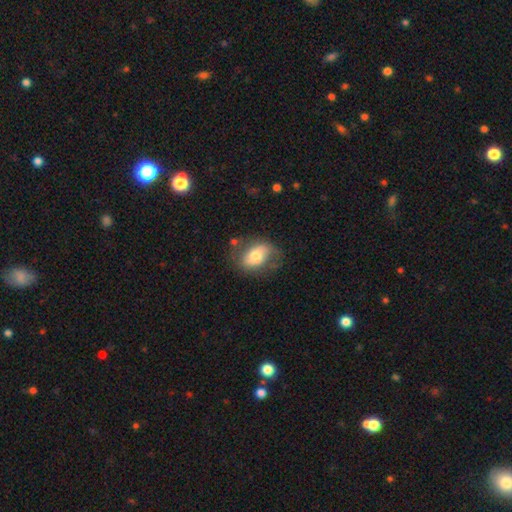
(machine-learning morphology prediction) Q: Smooth or featured?
A: smooth (57%); runner-up: featured or disk (36%)
Q: How rounded?
A: in between (82%); runner-up: round (16%)
Q: Merging?
A: none (61%); runner-up: minor disturbance (24%)